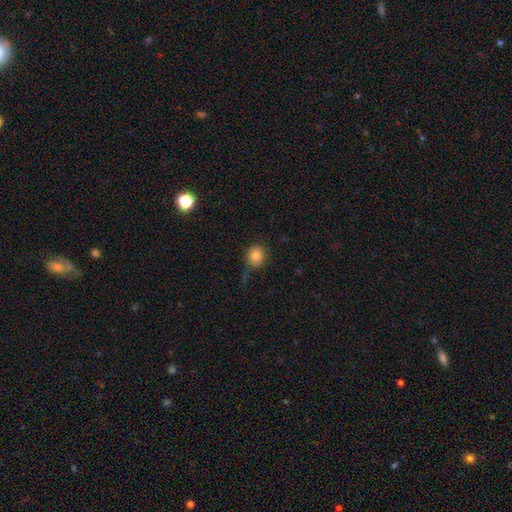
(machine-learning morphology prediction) This is clearly a smooth galaxy (84%). How rounded: clearly round (84%). Merging: likely none (74%).